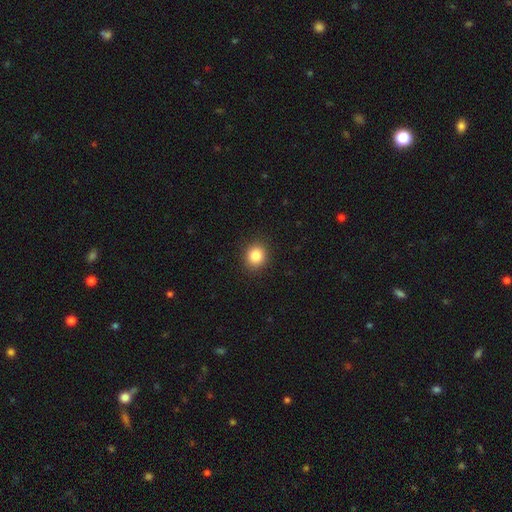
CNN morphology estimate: smooth-or-featured: smooth: 84% | star or artifact: 10% | featured or disk: 5%
  how-rounded: round: 82% | in between: 18% | cigar-shaped: 1%
  merging: none: 91% | minor disturbance: 6% | major disturbance: 2% | merger: 1%